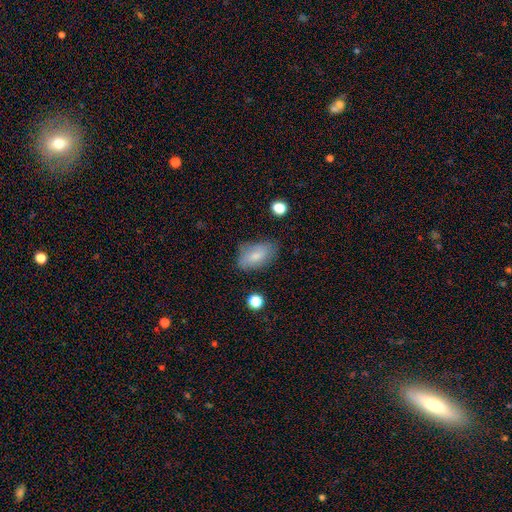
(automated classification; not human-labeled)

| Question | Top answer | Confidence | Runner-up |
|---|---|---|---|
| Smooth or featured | smooth | 77% | featured or disk (15%) |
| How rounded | in between | 91% | round (6%) |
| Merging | none | 66% | minor disturbance (26%) |